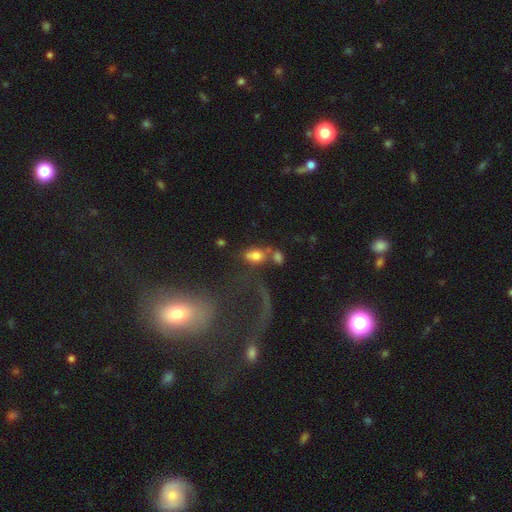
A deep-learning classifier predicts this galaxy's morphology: Overall: smooth (68%). How rounded: in between (83%). Merging: merger (37%; none 35%).